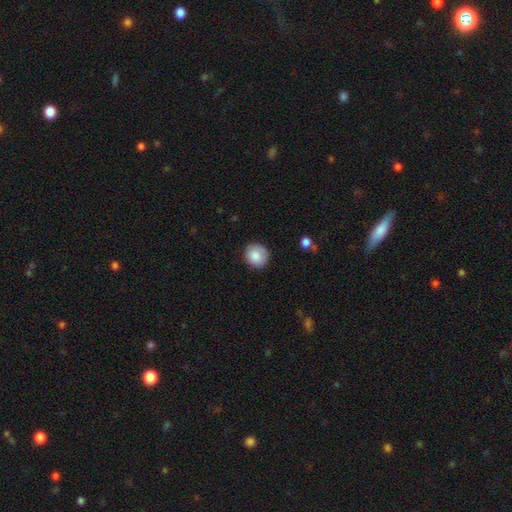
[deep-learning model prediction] smooth-or-featured: smooth: 86% | star or artifact: 8% | featured or disk: 7%
  how-rounded: round: 84% | in between: 15% | cigar-shaped: 1%
  merging: none: 83% | minor disturbance: 14% | major disturbance: 3% | merger: 1%